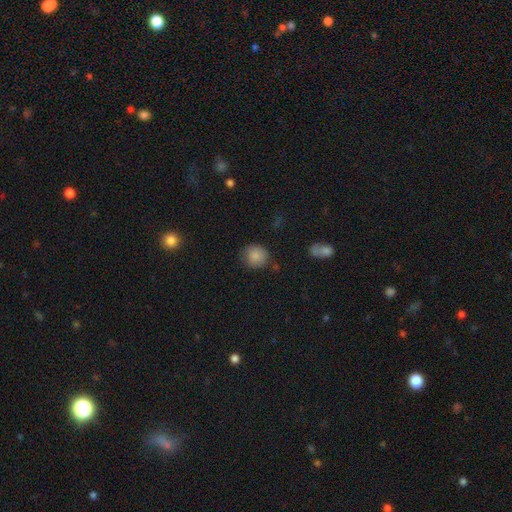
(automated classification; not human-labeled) Smooth or featured?
  - smooth: 85% *
  - star or artifact: 9%
  - featured or disk: 6%
How rounded?
  - round: 87% *
  - in between: 12%
  - cigar-shaped: 1%
Merging?
  - none: 78% *
  - minor disturbance: 16%
  - major disturbance: 4%
  - merger: 2%